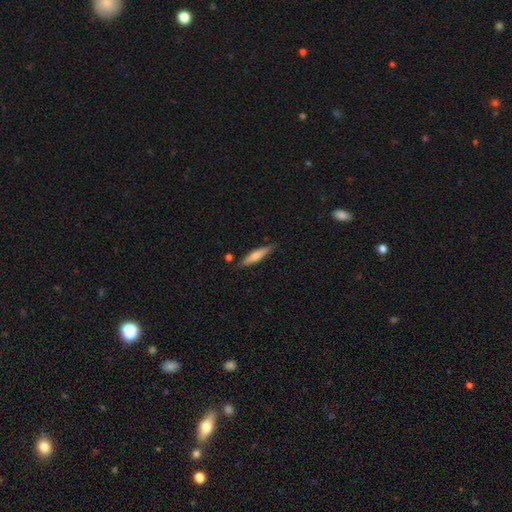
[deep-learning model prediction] Morphology: type=smooth (62%); roundness=cigar-shaped (85%); merging=none (83%).